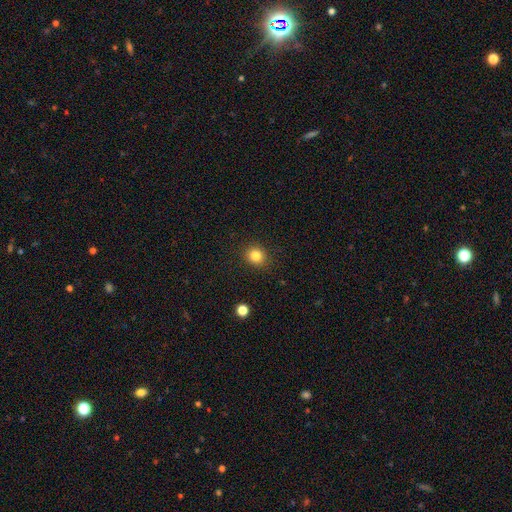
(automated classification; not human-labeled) Smooth or featured? smooth (84%)
How rounded? round (80%)
Merging? none (90%)